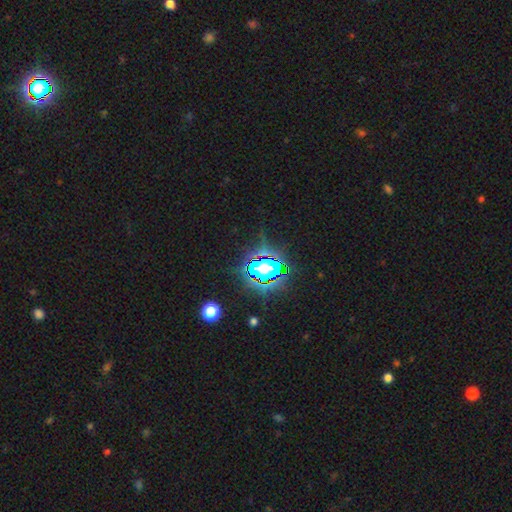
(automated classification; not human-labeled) Smooth or featured? Predicted: star or artifact (p=0.77).